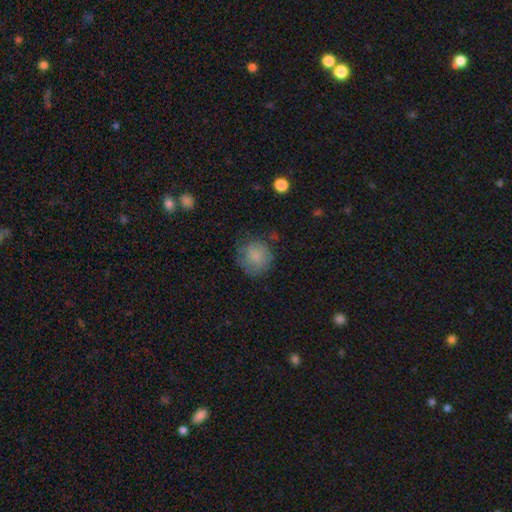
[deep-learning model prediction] smooth 79%, featured or disk 12%, star or artifact 9%. Down the decision tree: how rounded — round (87%); merging — none (68%).